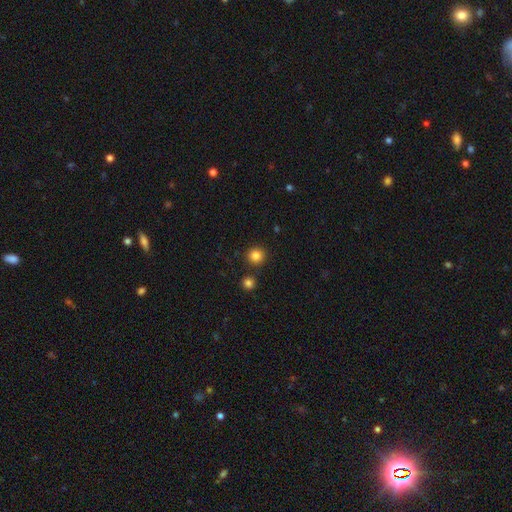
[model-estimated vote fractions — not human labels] A smooth galaxy with no disk features (84%) that is round (92%).

Vote fractions:
- Smooth or featured? smooth: 84% / star or artifact: 12% / featured or disk: 4%
- How rounded? round: 92% / in between: 7% / cigar-shaped: 1%
- Merging? none: 86% / minor disturbance: 6% / merger: 5% / major disturbance: 2%